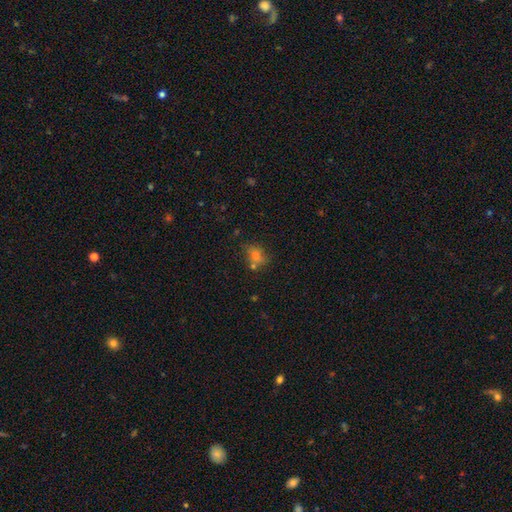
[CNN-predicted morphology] A smooth galaxy with no disk features (61%) that is round (52%).

Vote fractions:
- Smooth or featured? smooth: 61% / star or artifact: 24% / featured or disk: 15%
- How rounded? round: 52% / in between: 46% / cigar-shaped: 2%
- Merging? none: 60% / merger: 17% / minor disturbance: 16% / major disturbance: 6%